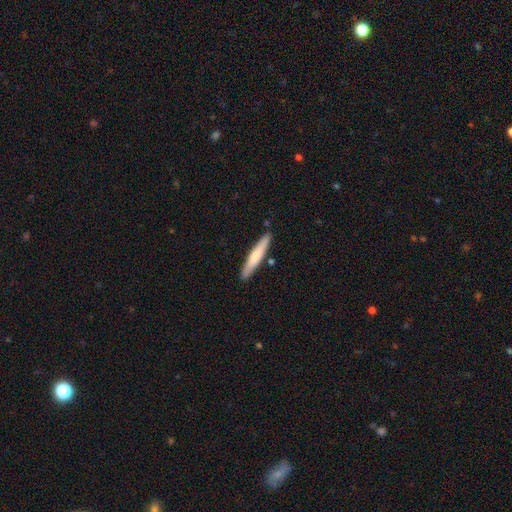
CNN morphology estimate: A smooth galaxy with no disk features (65%) that is cigar-shaped (92%).

Vote fractions:
- Smooth or featured? smooth: 65% / featured or disk: 30% / star or artifact: 5%
- How rounded? cigar-shaped: 92% / in between: 7% / round: 1%
- Merging? none: 87% / minor disturbance: 9% / merger: 3% / major disturbance: 2%